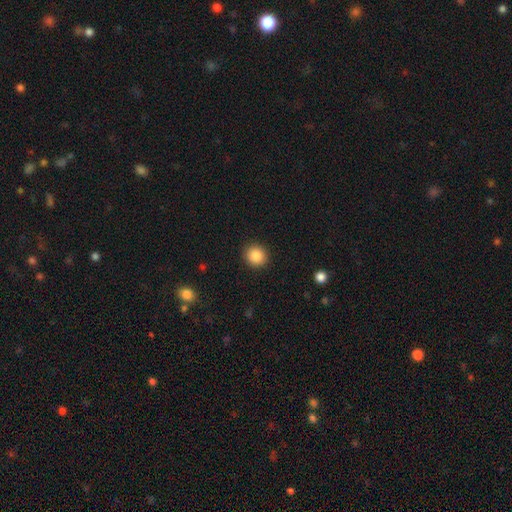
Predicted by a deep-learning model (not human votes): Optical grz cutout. It shows a smooth galaxy with no disk features (87%) that is round (90%). Merging: none (91%).